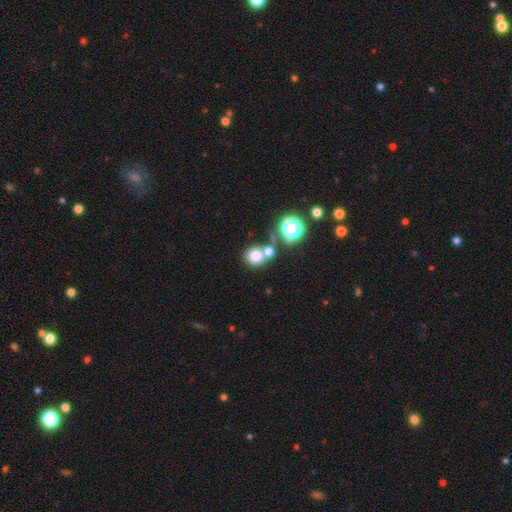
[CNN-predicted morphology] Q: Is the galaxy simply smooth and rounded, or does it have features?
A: smooth — 74%.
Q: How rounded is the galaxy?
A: round — 85%.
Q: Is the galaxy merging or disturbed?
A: none — 56%.